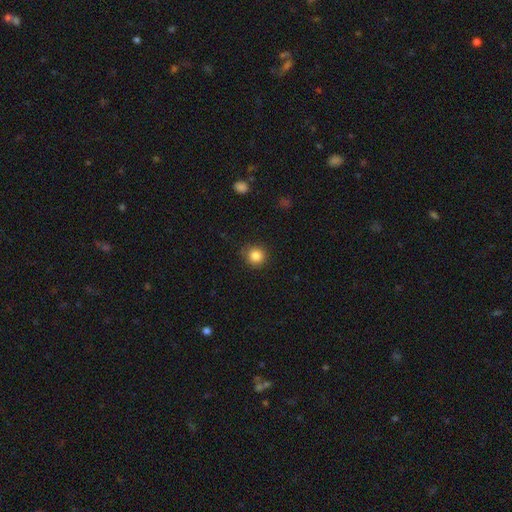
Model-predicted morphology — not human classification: Smooth or featured: smooth — 85% (star or artifact — 10%)
How rounded: round — 92% (in between — 7%)
Merging: none — 87% (minor disturbance — 9%)